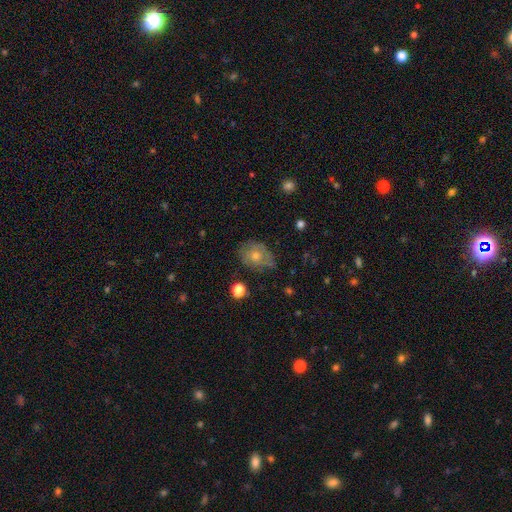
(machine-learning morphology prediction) A smooth galaxy with no disk features (46%). Merging: none (64%).